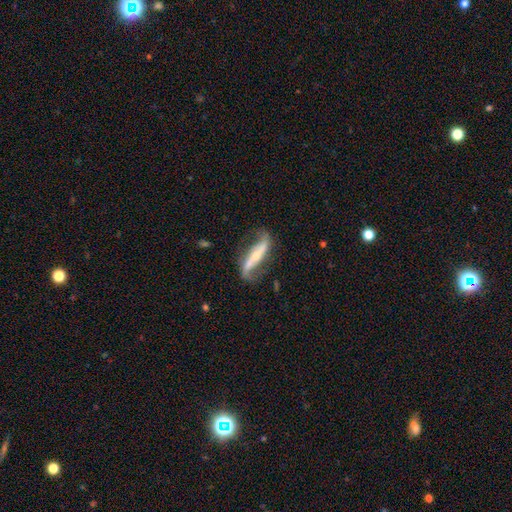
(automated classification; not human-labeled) Q: Smooth or featured?
A: featured or disk (79%); runner-up: smooth (16%)
Q: Edge-on disk?
A: no (71%); runner-up: yes (29%)
Q: Bar?
A: strong (64%); runner-up: no (21%)
Q: Spiral arms?
A: yes (88%); runner-up: no (12%)
Q: Bulge size?
A: small (58%); runner-up: moderate (34%)
Q: Merging?
A: none (68%); runner-up: minor disturbance (20%)